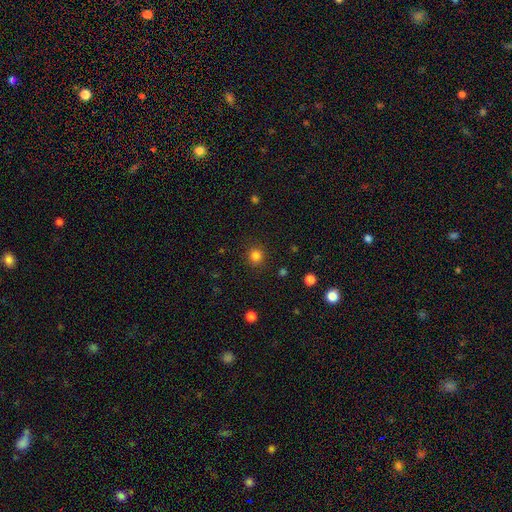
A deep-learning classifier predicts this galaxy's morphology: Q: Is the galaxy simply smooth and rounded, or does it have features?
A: smooth — 83%.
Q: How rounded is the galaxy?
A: round — 91%.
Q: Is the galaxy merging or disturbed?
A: none — 89%.